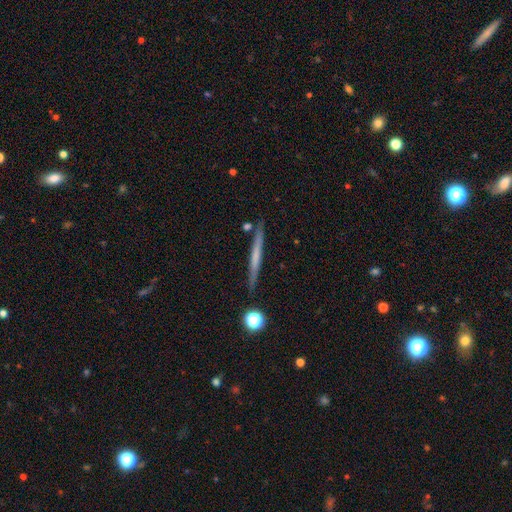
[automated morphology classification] featured or disk 62%, smooth 26%, star or artifact 12%. Down the decision tree: edge-on disk — yes (95%); edge-on bulge — none (45%); merging — none (86%).